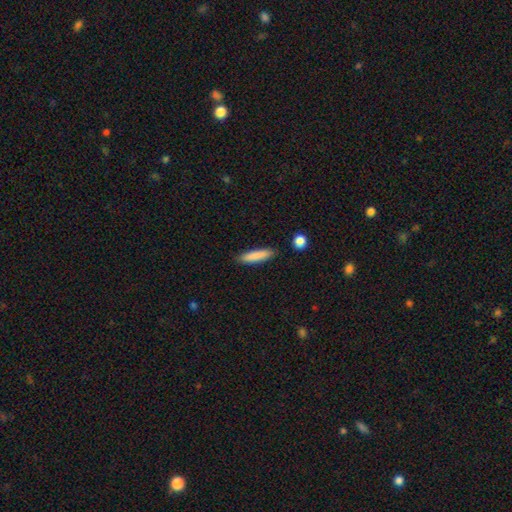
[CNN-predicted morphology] smooth 85%, featured or disk 9%, star or artifact 6%. Down the decision tree: how rounded — cigar-shaped (79%); merging — none (87%).